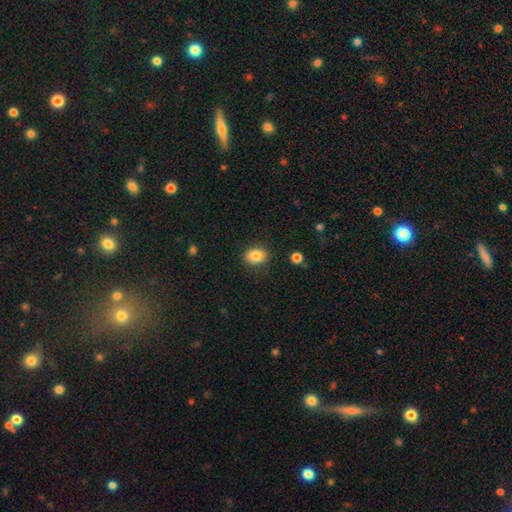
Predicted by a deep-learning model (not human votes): This appears to be a smooth galaxy with no disk features (84%) that is in between round and cigar-shaped (60%). Merging: none (87%).